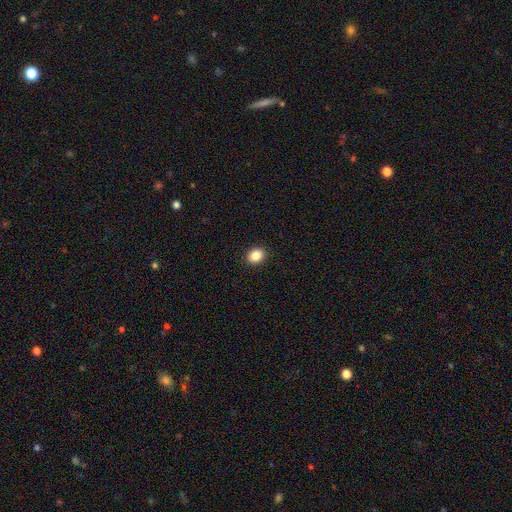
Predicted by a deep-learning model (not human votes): smooth-or-featured: smooth: 86% | star or artifact: 10% | featured or disk: 4%
  how-rounded: round: 54% | in between: 45% | cigar-shaped: 1%
  merging: none: 92% | minor disturbance: 6% | major disturbance: 2% | merger: 1%